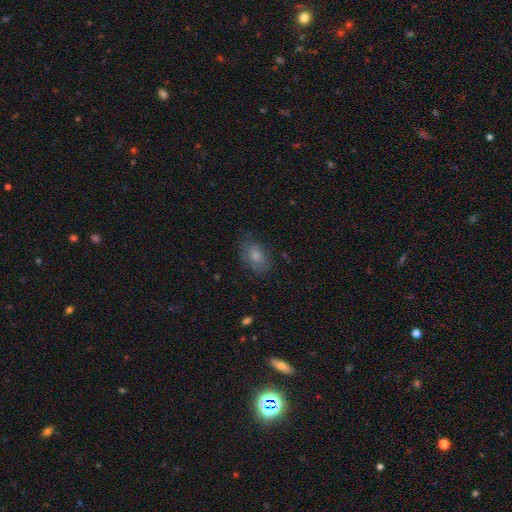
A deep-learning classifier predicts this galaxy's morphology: smooth_or_featured: smooth (p=0.76) [alt: featured or disk p=0.15]
how_rounded: in between (p=0.87) [alt: round p=0.11]
merging: none (p=0.76) [alt: minor disturbance p=0.18]